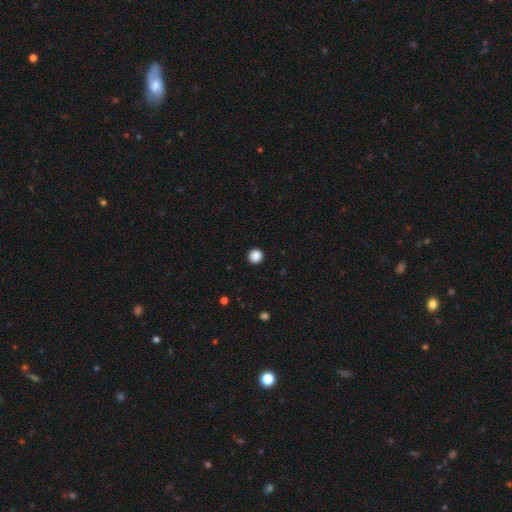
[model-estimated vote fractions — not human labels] A smooth galaxy with no disk features (88%) that is round (94%). Merging: none (93%).